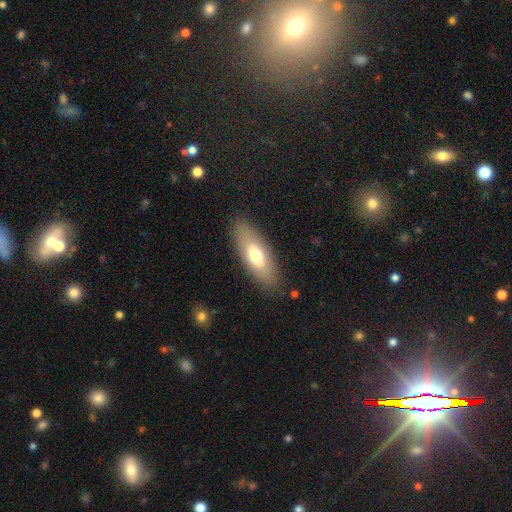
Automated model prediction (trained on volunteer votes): smooth 65%, featured or disk 28%, star or artifact 6%. Down the decision tree: how rounded — in between (74%); merging — none (85%).